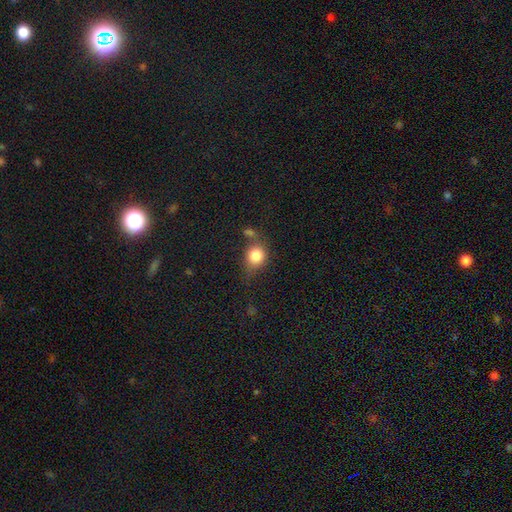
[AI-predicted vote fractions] Smooth or featured? Predicted: smooth (p=0.82). How rounded? Predicted: round (p=0.73). Merging? Predicted: none (p=0.52).